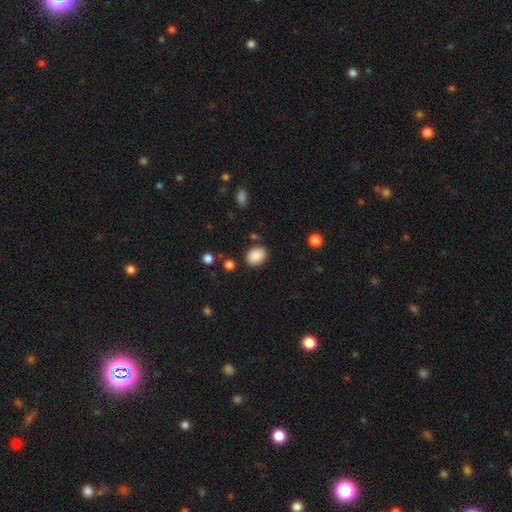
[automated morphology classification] This appears to be a smooth galaxy with no disk features (88%) that is in between round and cigar-shaped (67%). Merging: none (82%).